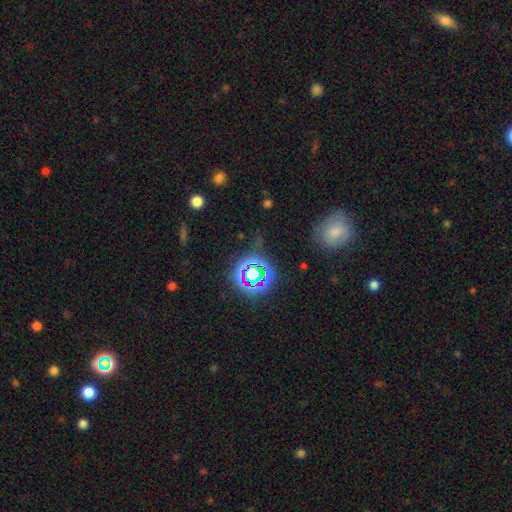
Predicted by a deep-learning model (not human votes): Smooth or featured?
  - star or artifact: 70% *
  - smooth: 20%
  - featured or disk: 10%